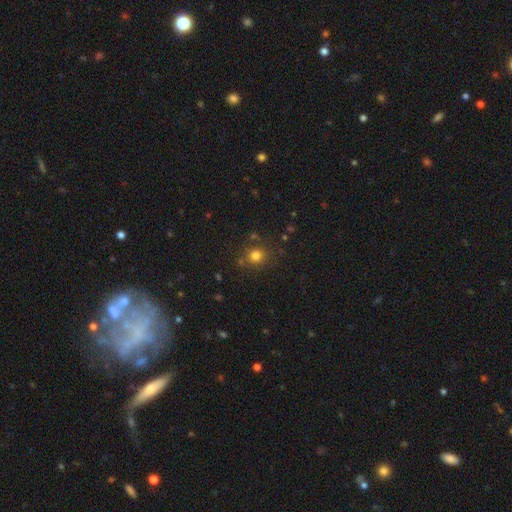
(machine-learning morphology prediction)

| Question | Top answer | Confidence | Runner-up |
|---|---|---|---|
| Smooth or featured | smooth | 78% | star or artifact (16%) |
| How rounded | round | 85% | in between (14%) |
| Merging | none | 81% | minor disturbance (10%) |